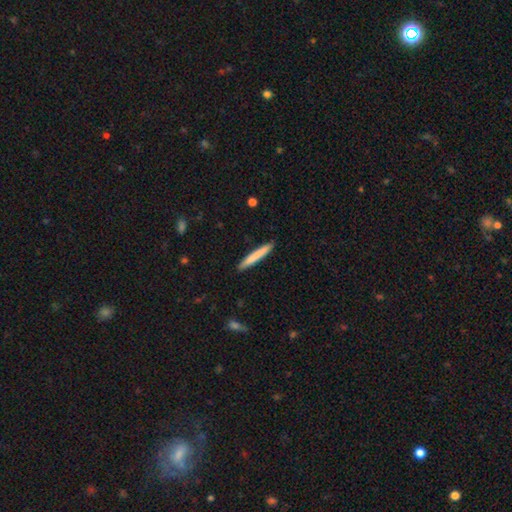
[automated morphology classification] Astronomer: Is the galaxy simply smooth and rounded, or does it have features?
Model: smooth — 77%.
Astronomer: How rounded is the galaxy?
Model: cigar-shaped — 96%.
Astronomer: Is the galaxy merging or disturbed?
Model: none — 91%.